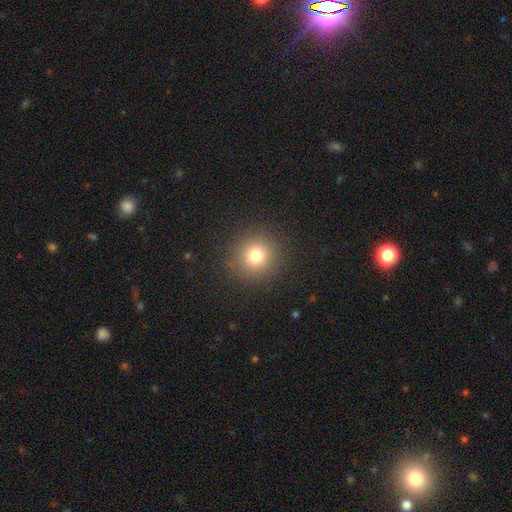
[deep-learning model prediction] A smooth galaxy with no disk features (77%) that is round (94%). Merging: none (90%).